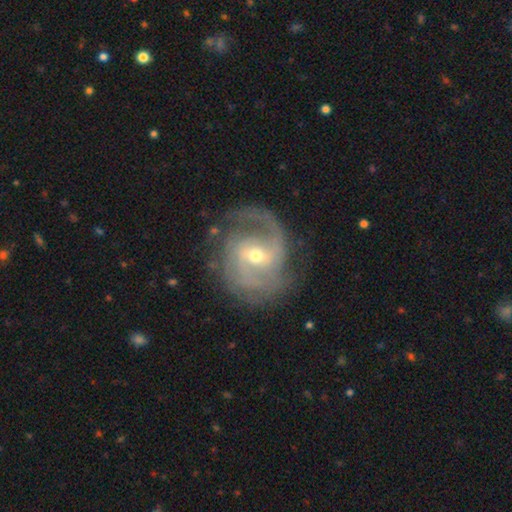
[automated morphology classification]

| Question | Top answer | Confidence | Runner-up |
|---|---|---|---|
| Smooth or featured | featured or disk | 89% | smooth (5%) |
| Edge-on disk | no | 97% | yes (3%) |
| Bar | weak | 49% | no (31%) |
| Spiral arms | yes | 97% | no (3%) |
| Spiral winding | medium | 49% | tight (32%) |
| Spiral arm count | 2 | 65% | can't tell (11%) |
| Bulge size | small | 51% | moderate (46%) |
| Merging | none | 69% | minor disturbance (18%) |